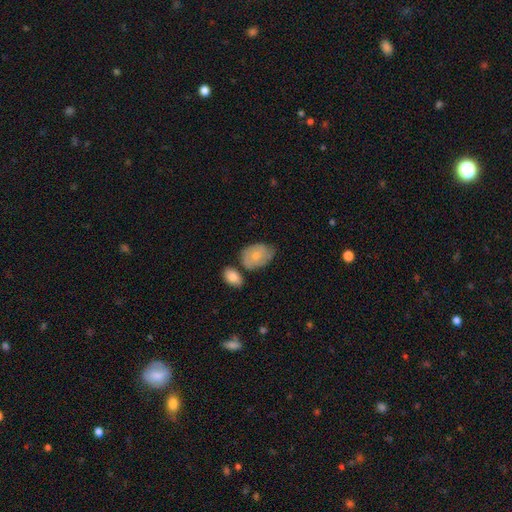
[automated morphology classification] type=smooth (67%); roundness=in between (78%); merging=none (48%).